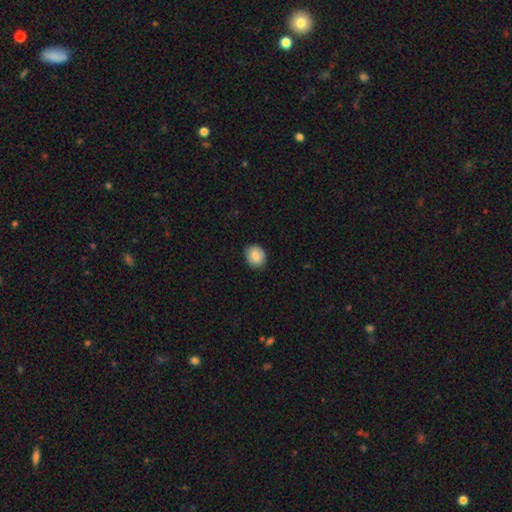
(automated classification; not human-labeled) smooth 82%, featured or disk 10%, star or artifact 8%. Down the decision tree: how rounded — round (69%); merging — none (87%).